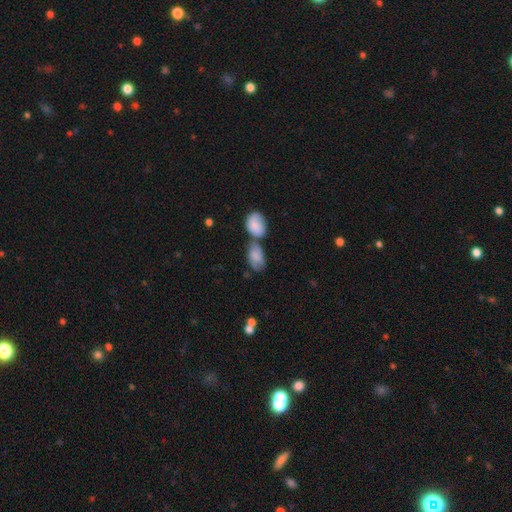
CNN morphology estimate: This is likely a smooth galaxy (71%). How rounded: clearly in between (88%). Merging: possibly merger (50%).